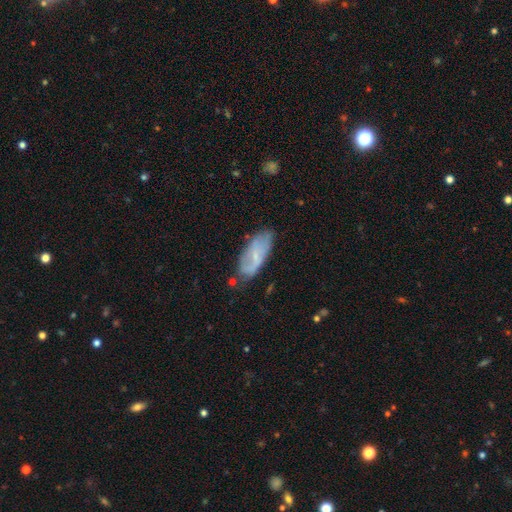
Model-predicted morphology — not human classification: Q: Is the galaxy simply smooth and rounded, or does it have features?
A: smooth — 47%.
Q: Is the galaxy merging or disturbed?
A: none — 66%.